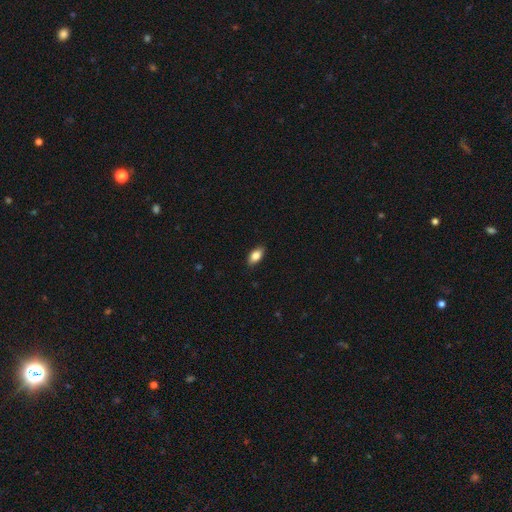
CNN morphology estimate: Smooth or featured? Predicted: smooth (p=0.82). How rounded? Predicted: in between (p=0.89). Merging? Predicted: none (p=0.87).